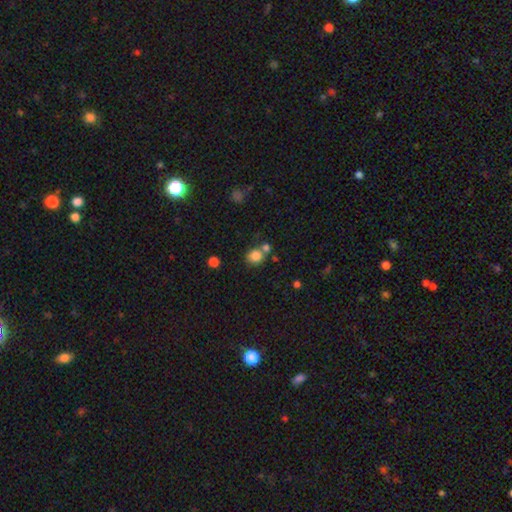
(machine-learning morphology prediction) smooth 83%, star or artifact 11%, featured or disk 6%. Down the decision tree: how rounded — round (78%); merging — none (60%).